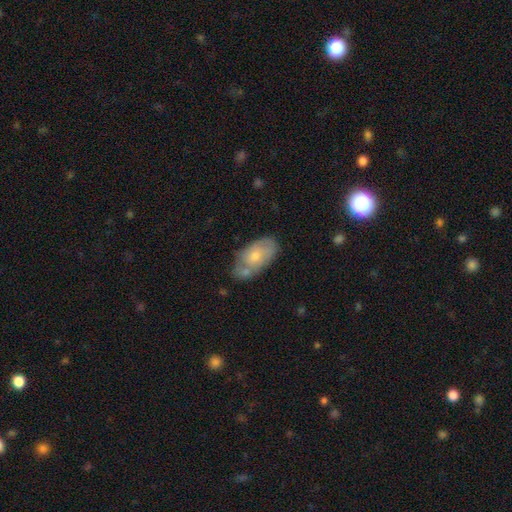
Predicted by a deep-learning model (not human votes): Smooth or featured? smooth (64%)
How rounded? in between (93%)
Merging? none (48%)